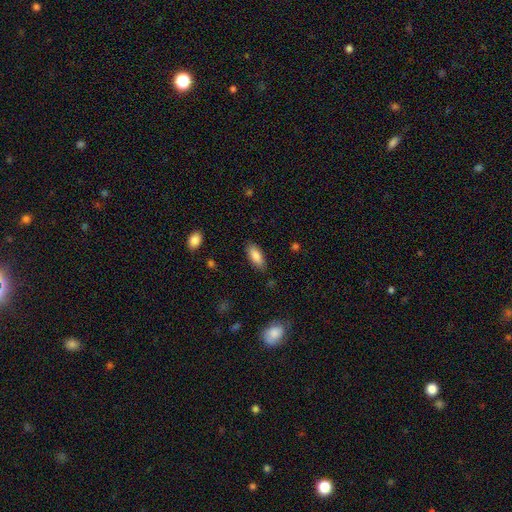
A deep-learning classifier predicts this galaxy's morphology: Smooth or featured?
  - smooth: 84% *
  - featured or disk: 9%
  - star or artifact: 6%
How rounded?
  - in between: 77% *
  - cigar-shaped: 21%
  - round: 2%
Merging?
  - none: 85% *
  - minor disturbance: 11%
  - major disturbance: 2%
  - merger: 1%